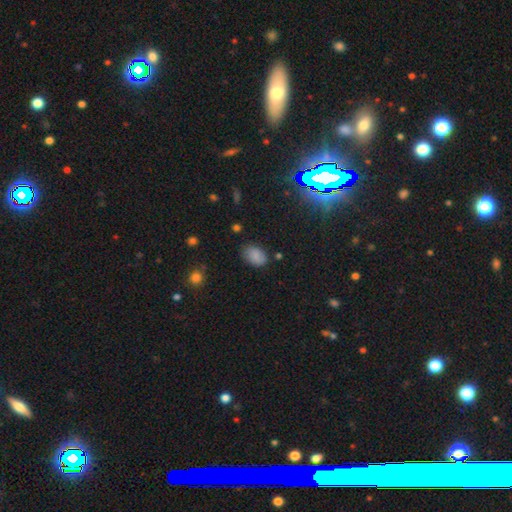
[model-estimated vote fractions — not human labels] Smooth or featured?
  - smooth: 81% *
  - star or artifact: 11%
  - featured or disk: 8%
How rounded?
  - in between: 85% *
  - round: 14%
  - cigar-shaped: 1%
Merging?
  - none: 74% *
  - minor disturbance: 19%
  - major disturbance: 4%
  - merger: 2%